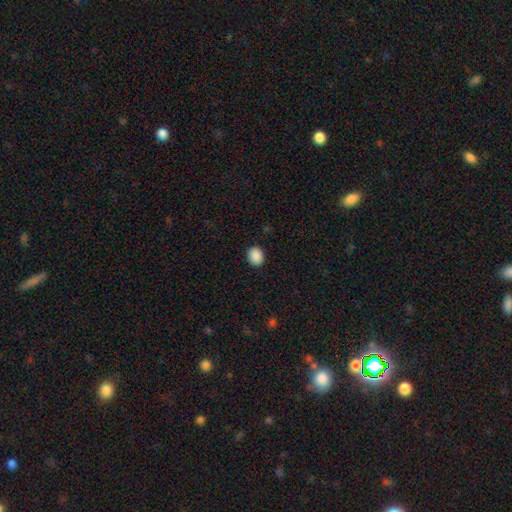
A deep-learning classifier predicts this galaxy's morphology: smooth_or_featured: smooth (p=0.90) [alt: star or artifact p=0.08]
how_rounded: round (p=0.58) [alt: in between p=0.41]
merging: none (p=0.91) [alt: minor disturbance p=0.07]